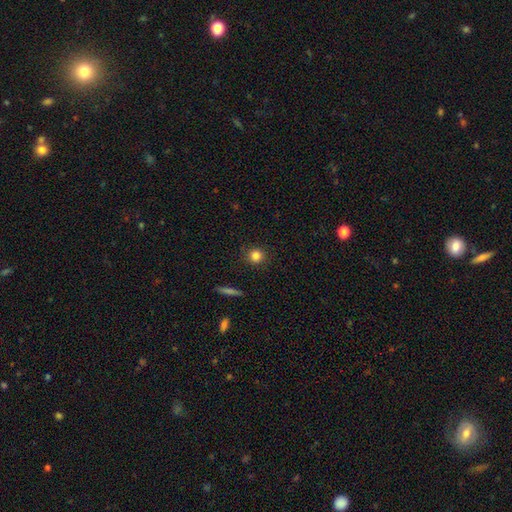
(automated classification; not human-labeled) Overall: smooth (84%). How rounded: round (91%). Merging: none (89%).